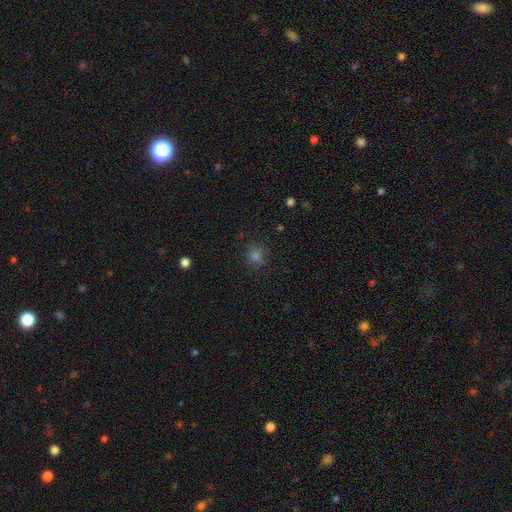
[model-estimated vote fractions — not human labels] A smooth galaxy with no disk features (75%) that is round (89%). Merging: none (89%).